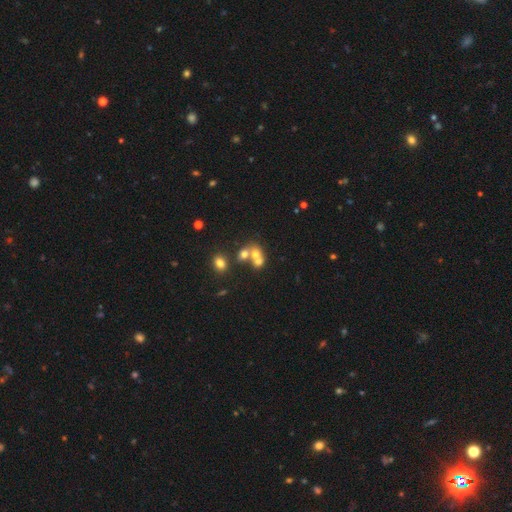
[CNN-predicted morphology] Smooth or featured? smooth (60%)
How rounded? round (59%)
Merging? merger (62%)